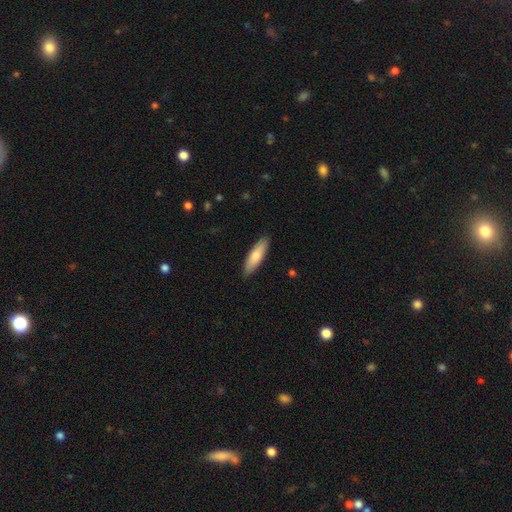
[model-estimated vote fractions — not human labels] Smooth or featured? Predicted: smooth (p=0.77). How rounded? Predicted: cigar-shaped (p=0.60). Merging? Predicted: none (p=0.89).